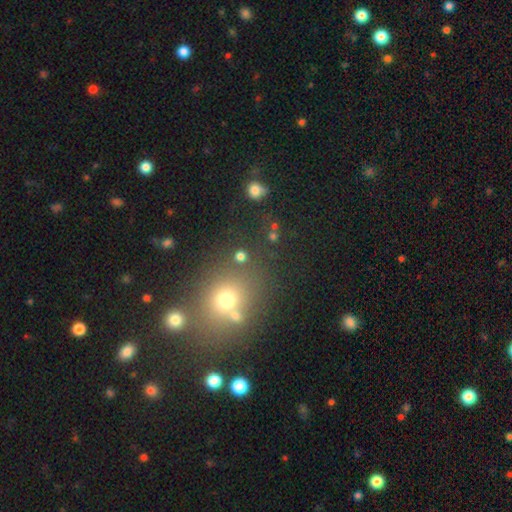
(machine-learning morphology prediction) The model was most divided on "smooth or featured": smooth: 52%, star or artifact: 37%, featured or disk: 11%. More confident: merging — none (74%); how rounded — round (72%).